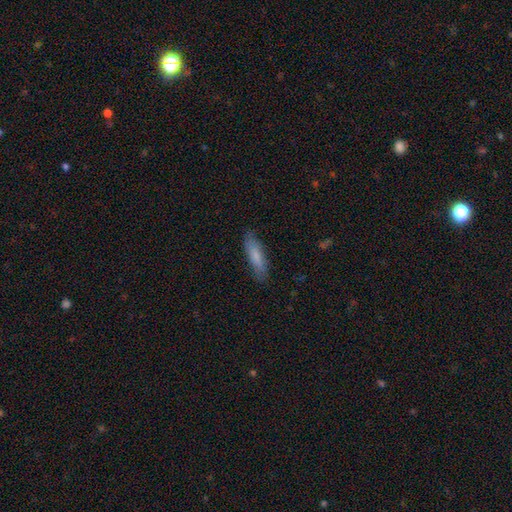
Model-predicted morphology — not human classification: This is likely a smooth galaxy (78%). How rounded: likely cigar-shaped (67%). Merging: clearly none (83%).